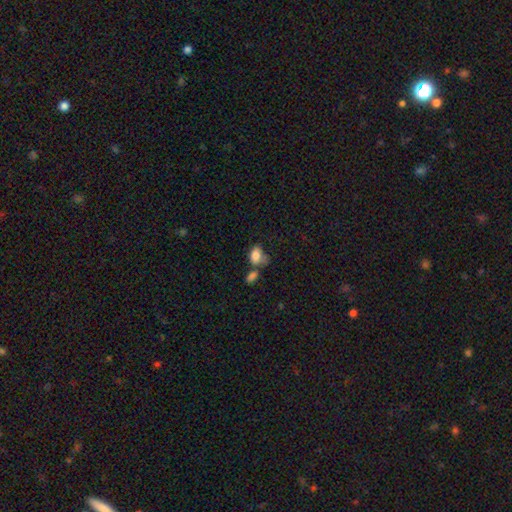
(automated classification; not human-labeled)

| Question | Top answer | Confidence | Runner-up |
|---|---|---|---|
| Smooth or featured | smooth | 80% | featured or disk (10%) |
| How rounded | in between | 86% | round (12%) |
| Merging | merger | 38% | none (28%) |